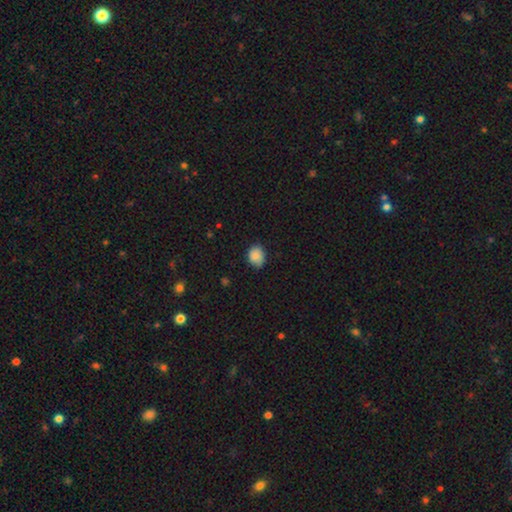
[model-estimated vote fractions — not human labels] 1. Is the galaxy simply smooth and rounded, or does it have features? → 87% smooth, 8% star or artifact, 5% featured or disk.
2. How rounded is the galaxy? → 50% round, 49% in between, 1% cigar-shaped.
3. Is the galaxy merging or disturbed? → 74% none, 22% minor disturbance, 3% major disturbance, 1% merger.